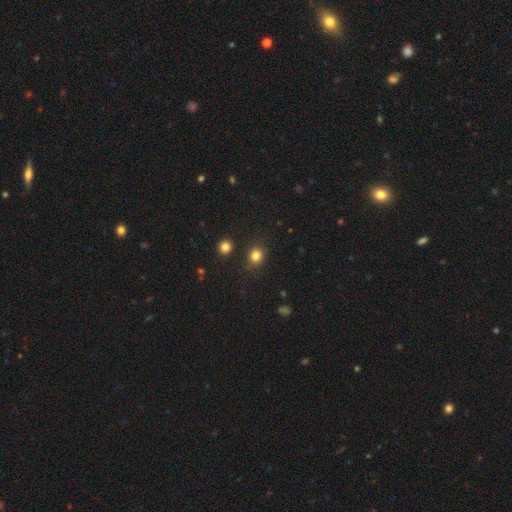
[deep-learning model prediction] Overall: smooth (81%). How rounded: round (72%). Merging: none (86%).